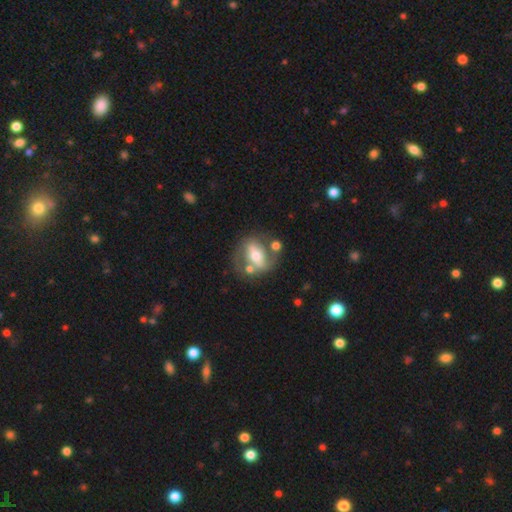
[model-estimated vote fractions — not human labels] Smooth or featured: featured or disk — 67% (smooth — 26%)
Edge-on disk: no — 93% (yes — 7%)
Bar: strong — 47% (weak — 27%)
Spiral arms: yes — 61% (no — 39%)
Bulge size: moderate — 63% (small — 23%)
Merging: none — 55% (merger — 18%)